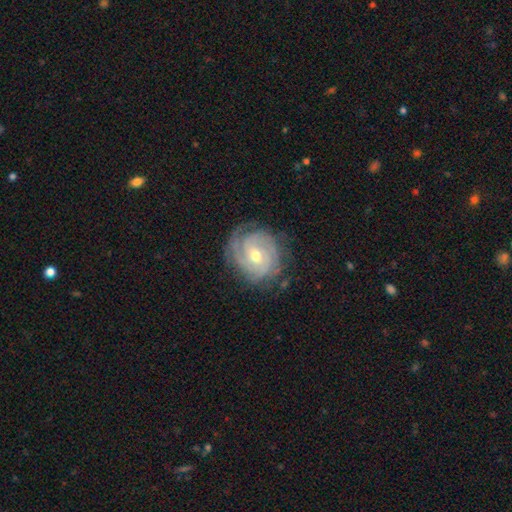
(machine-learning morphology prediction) Overall: featured or disk (89%). Edge-on disk: no (98%). Bar: no (54%; weak 36%). Spiral arms: yes (97%). Spiral arm count: 3 (32%; can't tell 23%). Spiral winding: tight (78%). Bulge size: moderate (61%; small 35%). Merging: none (77%).